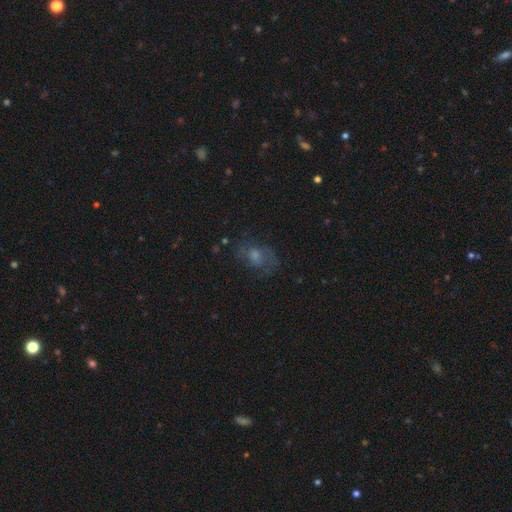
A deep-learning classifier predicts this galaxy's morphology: Smooth or featured? Predicted: featured or disk (p=0.43). Merging? Predicted: none (p=0.58).